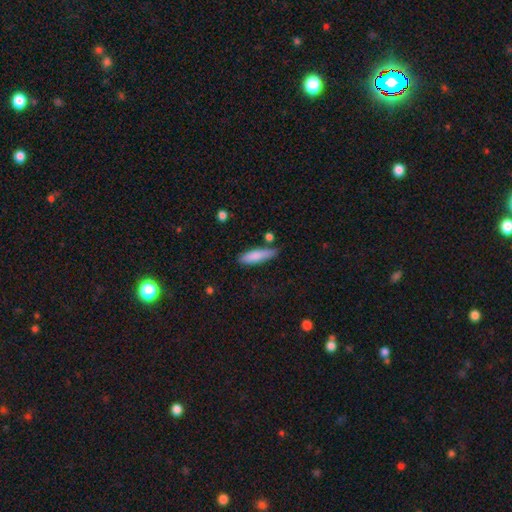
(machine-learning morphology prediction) Smooth or featured? smooth (83%)
How rounded? cigar-shaped (67%)
Merging? none (70%)